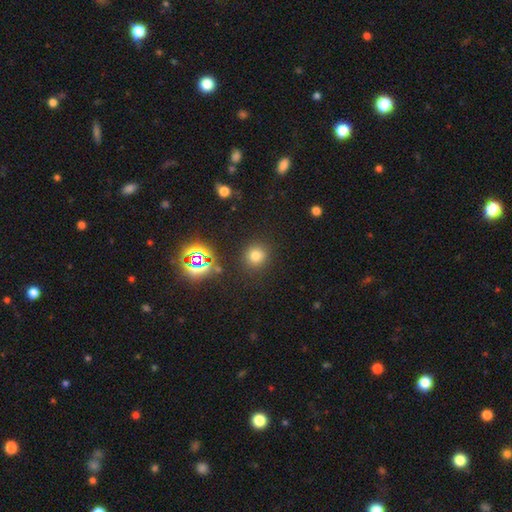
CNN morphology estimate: Overall: smooth (70%). How rounded: round (90%). Merging: none (87%).